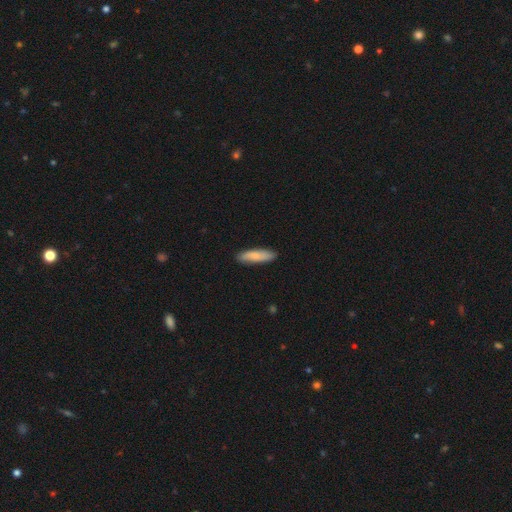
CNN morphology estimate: A smooth galaxy with no disk features (81%) that is cigar-shaped (67%). Merging: none (87%).